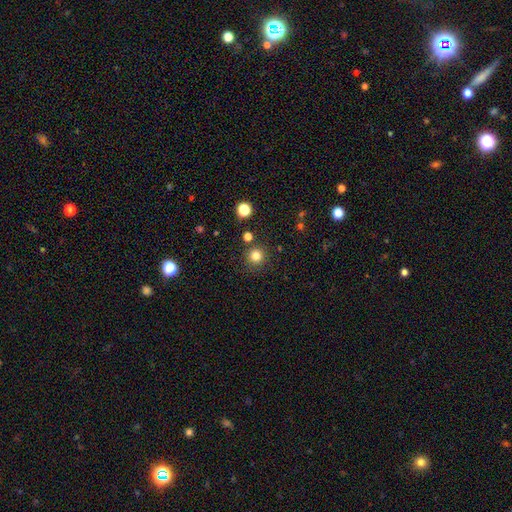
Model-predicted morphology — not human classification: Q: Smooth or featured?
A: smooth (81%); runner-up: star or artifact (14%)
Q: How rounded?
A: round (95%); runner-up: in between (4%)
Q: Merging?
A: none (88%); runner-up: minor disturbance (7%)